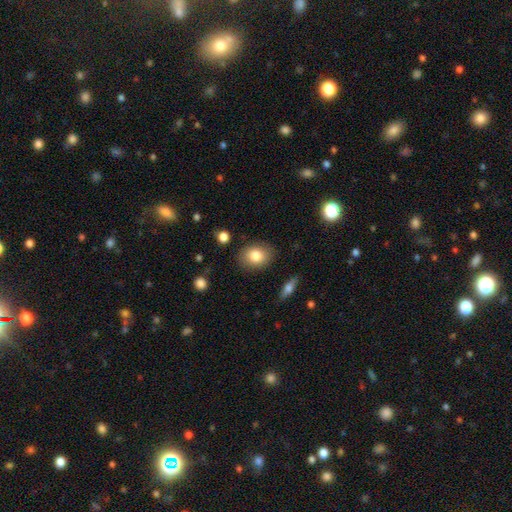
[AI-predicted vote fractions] Smooth or featured?
  - smooth: 81% *
  - featured or disk: 10%
  - star or artifact: 8%
How rounded?
  - in between: 58% *
  - round: 41%
  - cigar-shaped: 1%
Merging?
  - none: 85% *
  - minor disturbance: 10%
  - major disturbance: 3%
  - merger: 2%